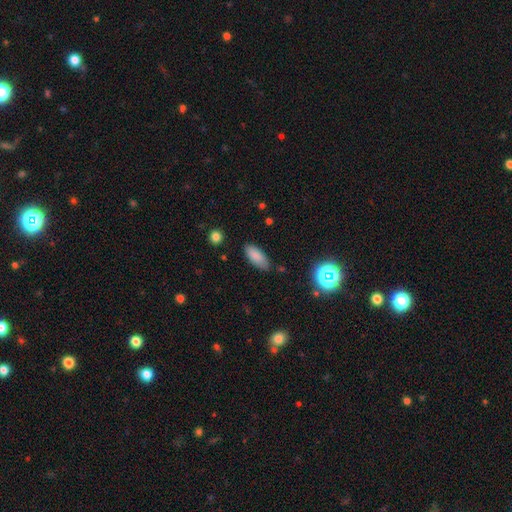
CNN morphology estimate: smooth_or_featured: smooth (p=0.85) [alt: star or artifact p=0.09]
how_rounded: in between (p=0.83) [alt: cigar-shaped p=0.15]
merging: none (p=0.82) [alt: minor disturbance p=0.13]